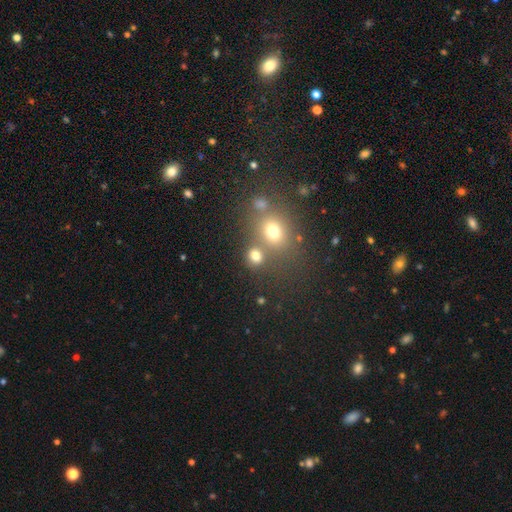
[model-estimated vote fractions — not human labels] smooth_or_featured: smooth (p=0.74) [alt: star or artifact p=0.17]
how_rounded: round (p=0.71) [alt: in between p=0.28]
merging: none (p=0.62) [alt: merger p=0.24]